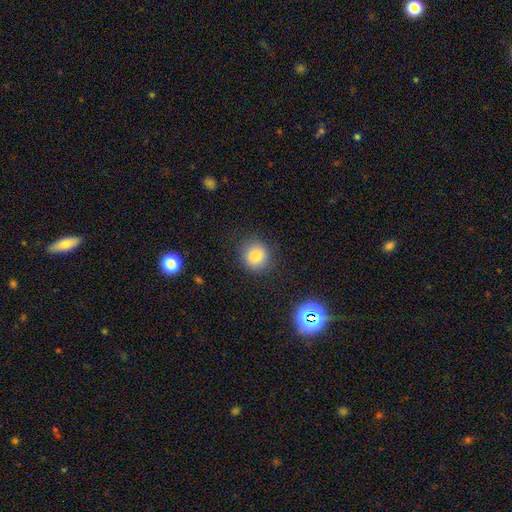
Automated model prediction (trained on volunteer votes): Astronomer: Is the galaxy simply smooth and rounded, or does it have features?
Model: smooth — 82%.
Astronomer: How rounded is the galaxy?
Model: round — 90%.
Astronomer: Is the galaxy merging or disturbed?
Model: none — 88%.